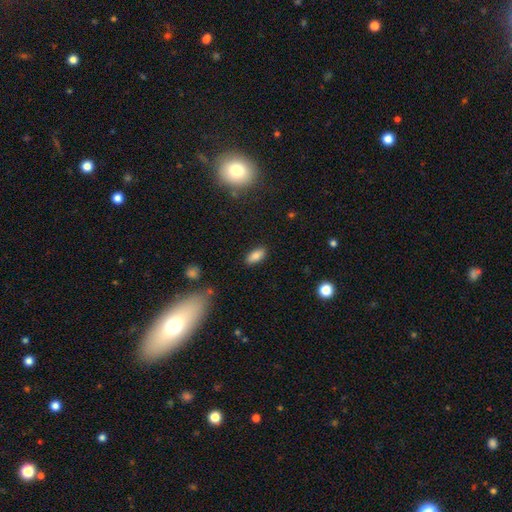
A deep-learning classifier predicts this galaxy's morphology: type=smooth (81%); roundness=in between (89%); merging=none (87%).